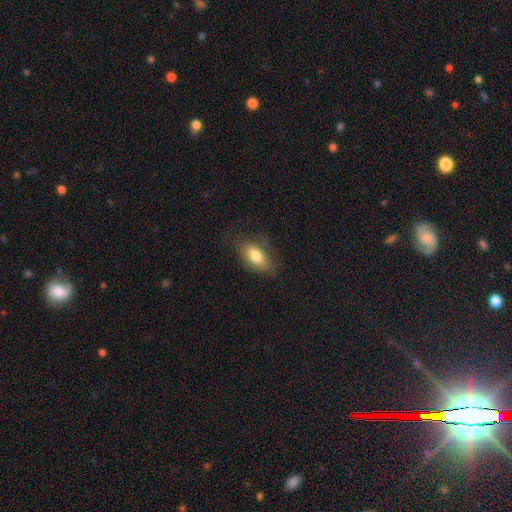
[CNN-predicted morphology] Q: Smooth or featured?
A: smooth (76%); runner-up: featured or disk (16%)
Q: How rounded?
A: in between (87%); runner-up: round (7%)
Q: Merging?
A: none (69%); runner-up: minor disturbance (22%)